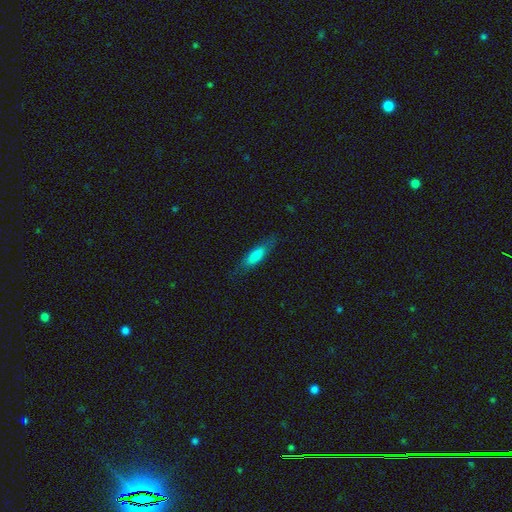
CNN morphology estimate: Smooth or featured?
  - smooth: 78% *
  - featured or disk: 16%
  - star or artifact: 6%
How rounded?
  - cigar-shaped: 55% *
  - in between: 43%
  - round: 2%
Merging?
  - none: 77% *
  - minor disturbance: 17%
  - major disturbance: 5%
  - merger: 1%